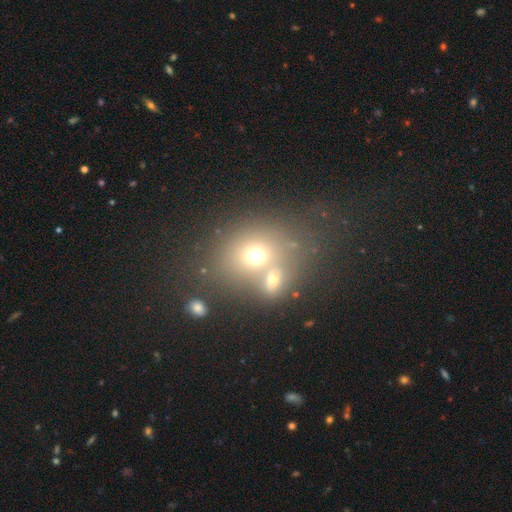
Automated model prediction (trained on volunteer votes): Smooth or featured? Predicted: smooth (p=0.63). How rounded? Predicted: round (p=0.58). Merging? Predicted: merger (p=0.44).